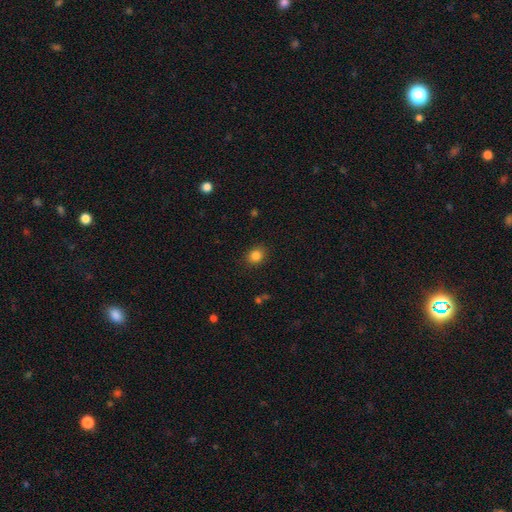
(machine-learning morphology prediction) Overall: smooth (84%). How rounded: round (62%; in between 37%). Merging: none (88%).